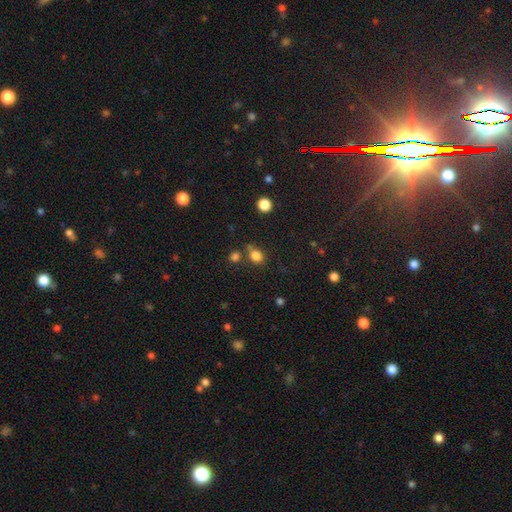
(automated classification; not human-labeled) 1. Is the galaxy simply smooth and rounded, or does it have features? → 82% smooth, 13% star or artifact, 5% featured or disk.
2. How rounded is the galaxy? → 61% round, 38% in between, 1% cigar-shaped.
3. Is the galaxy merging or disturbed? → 65% none, 15% minor disturbance, 15% merger, 5% major disturbance.